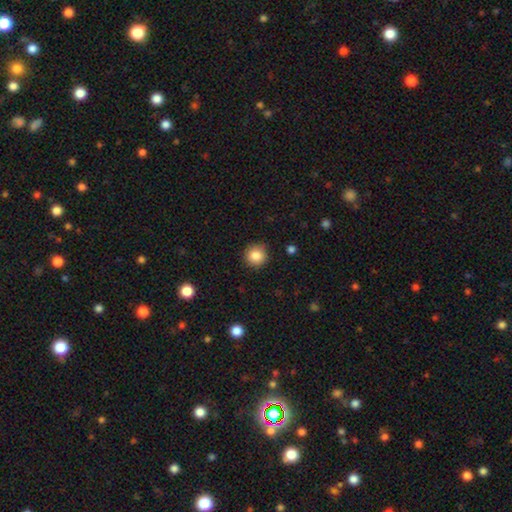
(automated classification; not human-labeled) Smooth or featured?
  - smooth: 85% *
  - star or artifact: 10%
  - featured or disk: 5%
How rounded?
  - round: 94% *
  - in between: 5%
  - cigar-shaped: 1%
Merging?
  - none: 90% *
  - minor disturbance: 7%
  - major disturbance: 2%
  - merger: 1%